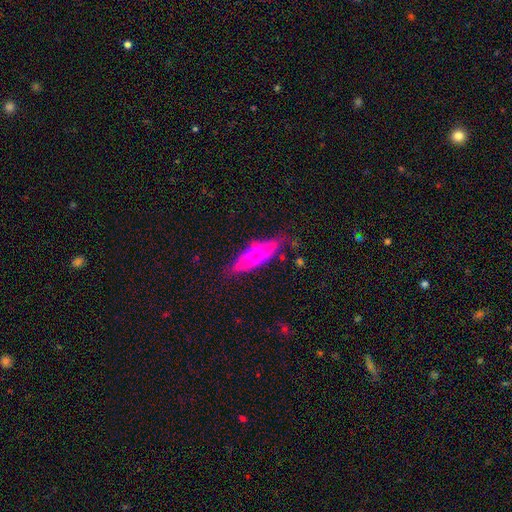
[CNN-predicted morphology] Smooth or featured?
  - smooth: 55% *
  - featured or disk: 38%
  - star or artifact: 6%
How rounded?
  - cigar-shaped: 54% *
  - in between: 44%
  - round: 2%
Merging?
  - none: 72% *
  - minor disturbance: 20%
  - major disturbance: 5%
  - merger: 3%